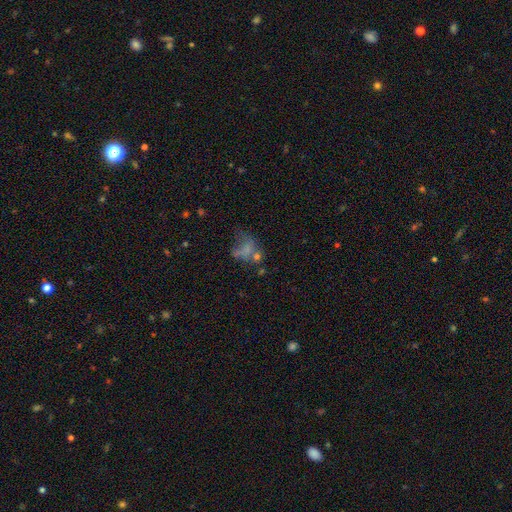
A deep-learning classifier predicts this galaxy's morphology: smooth 40%, featured or disk 34%, star or artifact 26%. Down the decision tree: merging — major disturbance (33%, tied with none).